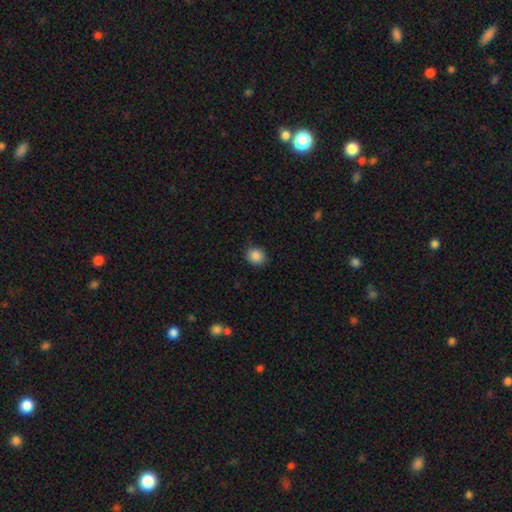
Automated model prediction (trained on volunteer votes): Smooth or featured?
  - smooth: 88% *
  - star or artifact: 9%
  - featured or disk: 3%
How rounded?
  - round: 73% *
  - in between: 26%
  - cigar-shaped: 1%
Merging?
  - none: 88% *
  - minor disturbance: 9%
  - major disturbance: 2%
  - merger: 1%